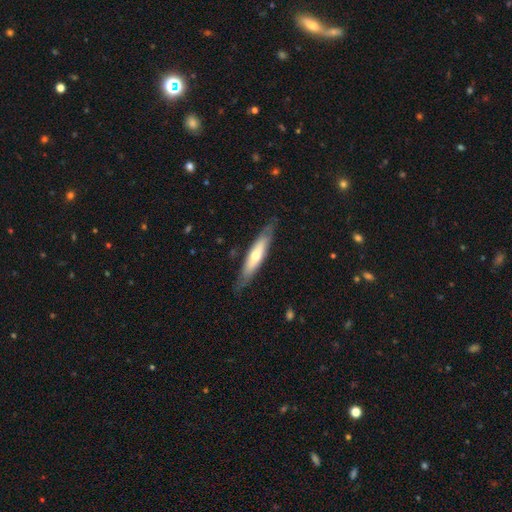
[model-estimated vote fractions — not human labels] A smooth galaxy with no disk features (48%). Merging: none (80%).